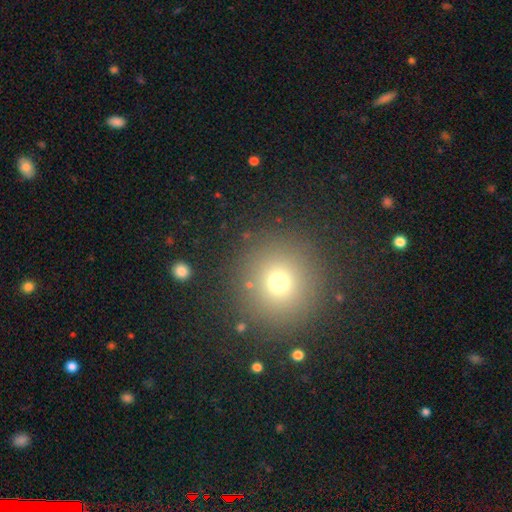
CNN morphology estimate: This is likely a smooth galaxy (68%). How rounded: clearly round (95%). Merging: clearly none (90%).